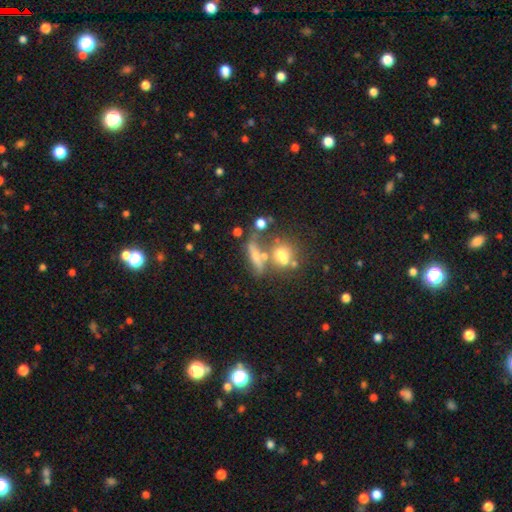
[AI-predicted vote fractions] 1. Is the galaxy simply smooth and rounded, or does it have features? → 49% smooth, 35% featured or disk, 16% star or artifact.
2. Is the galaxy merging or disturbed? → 37% none, 35% merger, 15% minor disturbance, 13% major disturbance.